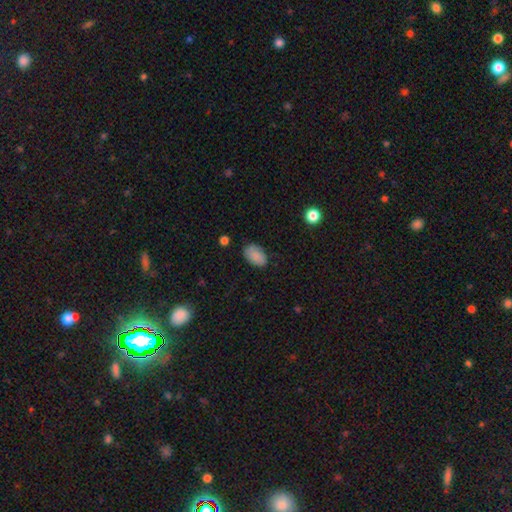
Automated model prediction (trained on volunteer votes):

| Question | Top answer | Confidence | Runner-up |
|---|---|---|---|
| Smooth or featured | smooth | 88% | star or artifact (8%) |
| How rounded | in between | 91% | round (7%) |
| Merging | none | 81% | minor disturbance (15%) |